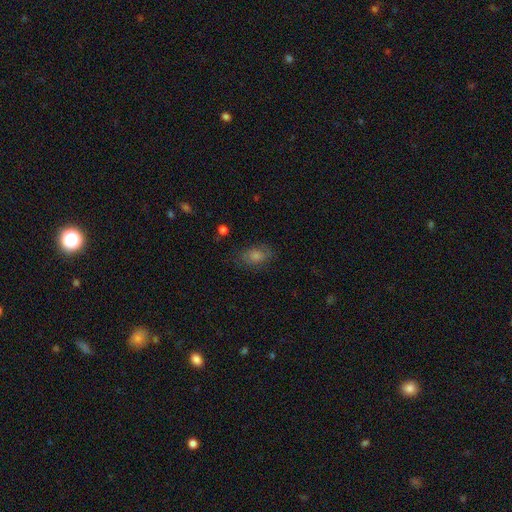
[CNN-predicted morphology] The model was most divided on "smooth or featured": smooth: 52%, featured or disk: 26%, star or artifact: 22%. More confident: how rounded — in between (79%); merging — none (77%).